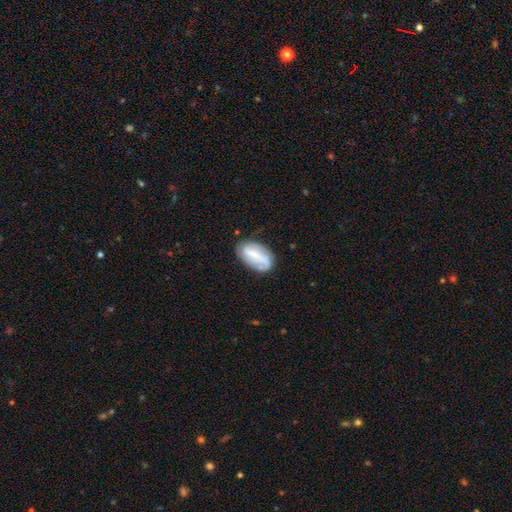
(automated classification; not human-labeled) Smooth or featured: smooth — 50% (featured or disk — 43%)
Merging: none — 61% (minor disturbance — 26%)